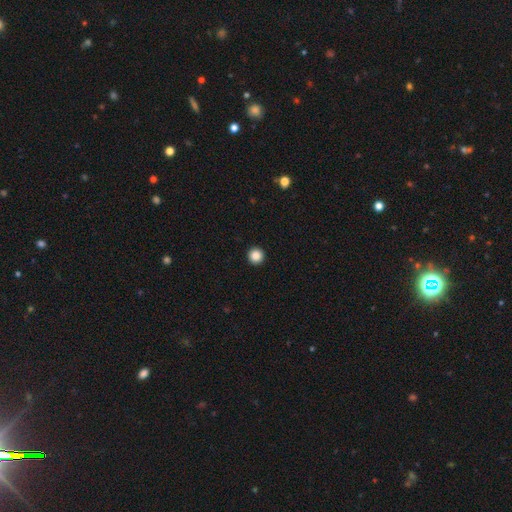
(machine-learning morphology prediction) Q: Smooth or featured?
A: smooth (87%); runner-up: star or artifact (10%)
Q: How rounded?
A: round (97%); runner-up: in between (2%)
Q: Merging?
A: none (94%); runner-up: minor disturbance (3%)